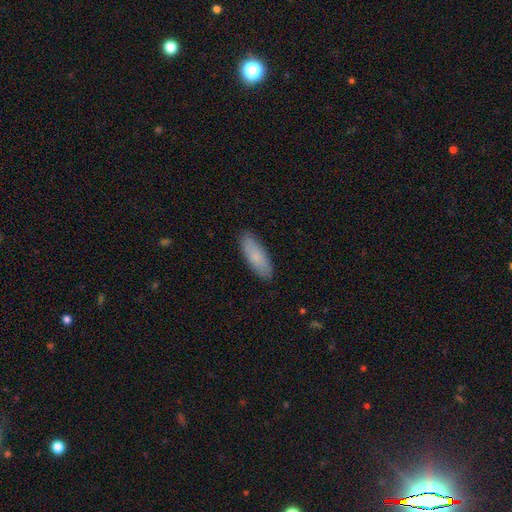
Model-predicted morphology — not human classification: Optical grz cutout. It shows a smooth galaxy with no disk features (80%) that is in between round and cigar-shaped (62%). Merging: none (88%).